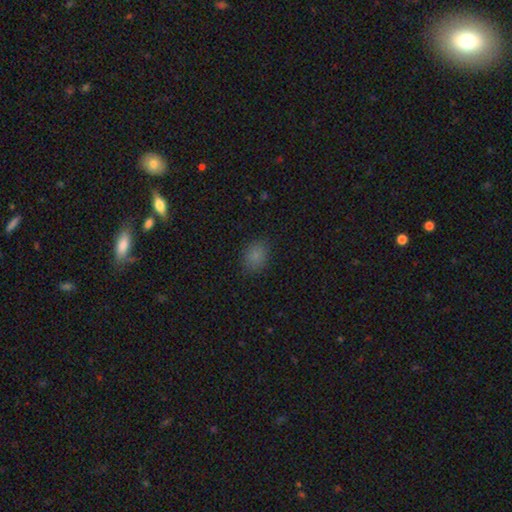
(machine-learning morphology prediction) A smooth galaxy with no disk features (82%) that is in between round and cigar-shaped (65%).

Vote fractions:
- Smooth or featured? smooth: 82% / star or artifact: 13% / featured or disk: 5%
- How rounded? in between: 65% / round: 34% / cigar-shaped: 1%
- Merging? none: 85% / minor disturbance: 11% / major disturbance: 3% / merger: 1%